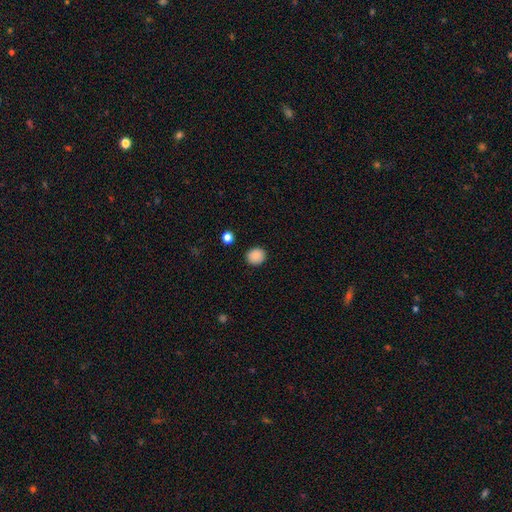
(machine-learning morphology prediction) The model was most divided on "how rounded": round: 85%, in between: 14%, cigar-shaped: 1%. More confident: merging — none (90%); smooth or featured — smooth (88%).